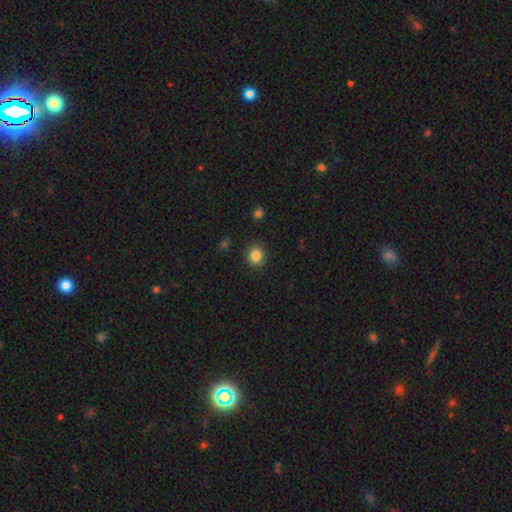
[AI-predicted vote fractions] smooth 84%, star or artifact 11%, featured or disk 5%. Down the decision tree: how rounded — round (77%); merging — none (90%).